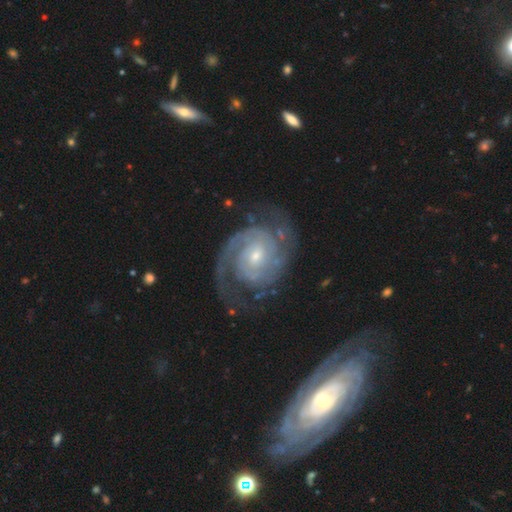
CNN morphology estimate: Smooth or featured? featured or disk (92%)
Edge-on disk? no (98%)
Bar? no (63%)
Spiral arms? yes (98%)
Spiral winding? tight (63%)
Spiral arm count? 2 (77%)
Bulge size? small (61%)
Merging? none (75%)